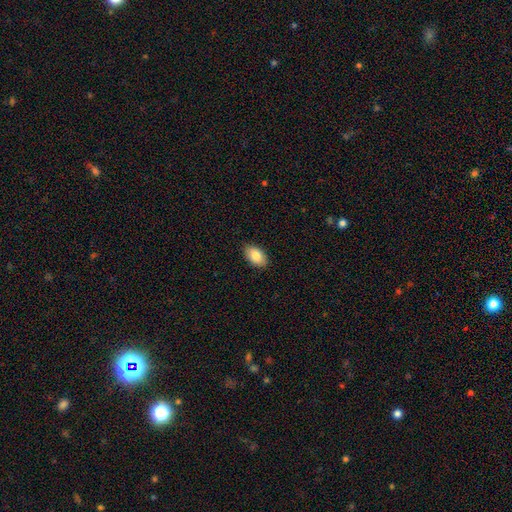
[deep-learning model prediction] Q: Smooth or featured?
A: smooth (84%); runner-up: featured or disk (9%)
Q: How rounded?
A: in between (93%); runner-up: round (6%)
Q: Merging?
A: none (88%); runner-up: minor disturbance (10%)